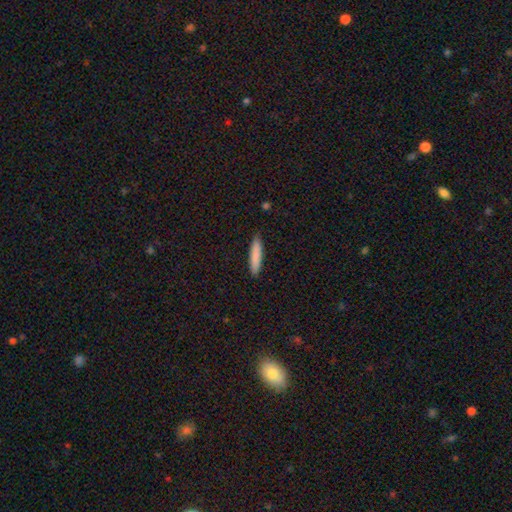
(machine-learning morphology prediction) The model was most divided on "smooth or featured": smooth: 84%, featured or disk: 10%, star or artifact: 6%. More confident: merging — none (88%); how rounded — cigar-shaped (87%).